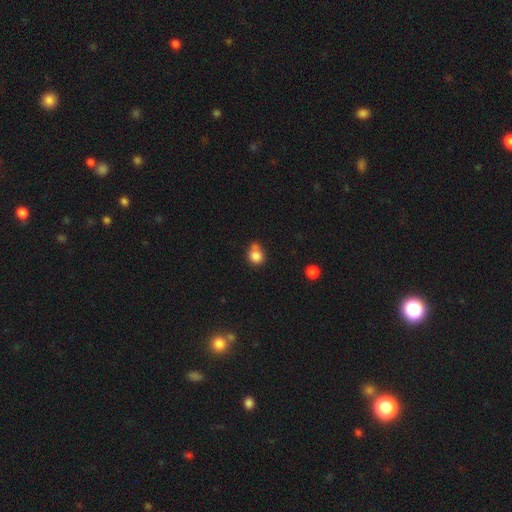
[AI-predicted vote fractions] Smooth or featured? smooth (82%)
How rounded? round (68%)
Merging? none (46%)